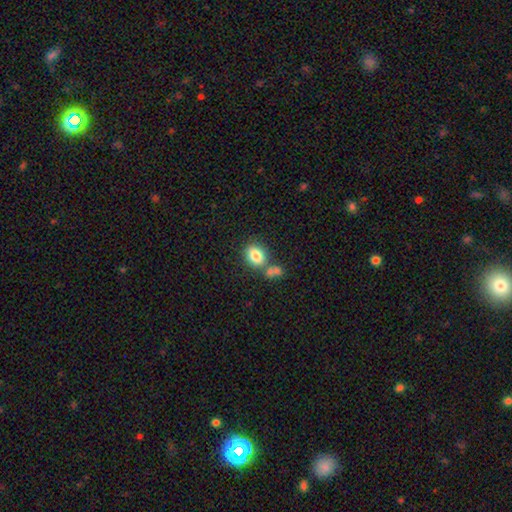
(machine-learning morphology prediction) The model was most divided on "how rounded": in between: 59%, round: 40%, cigar-shaped: 1%. More confident: smooth or featured — smooth (82%); merging — none (56%).